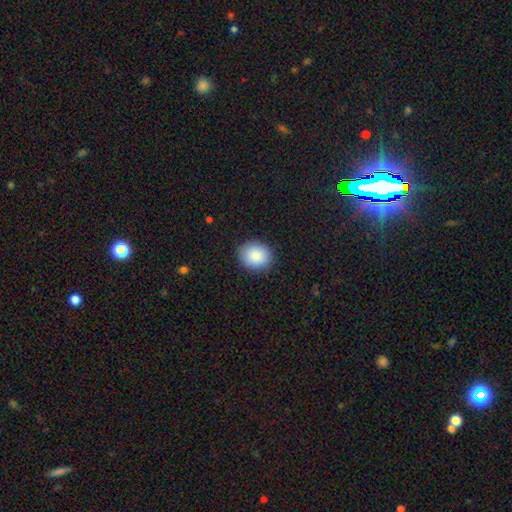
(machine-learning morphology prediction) Q: Smooth or featured?
A: smooth (88%); runner-up: star or artifact (7%)
Q: How rounded?
A: round (62%); runner-up: in between (37%)
Q: Merging?
A: none (88%); runner-up: minor disturbance (9%)